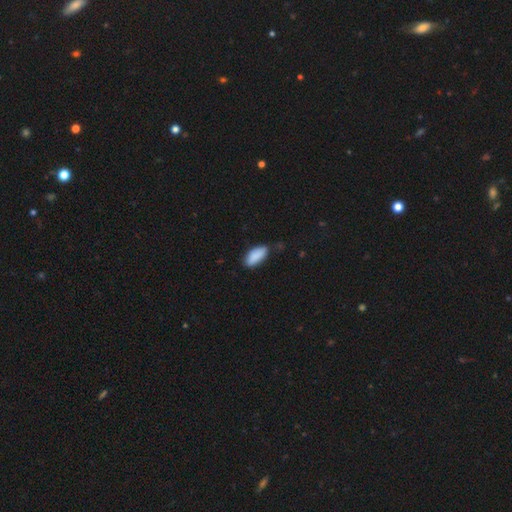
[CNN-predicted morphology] type=smooth (89%); roundness=in between (88%); merging=none (72%).